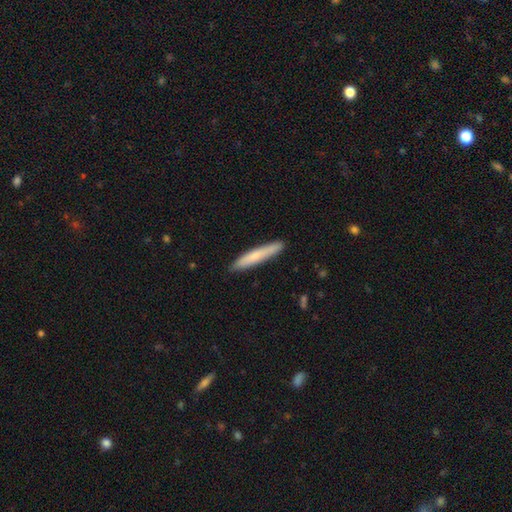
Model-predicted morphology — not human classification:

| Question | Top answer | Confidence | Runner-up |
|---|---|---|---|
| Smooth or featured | smooth | 73% | featured or disk (21%) |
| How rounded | cigar-shaped | 94% | in between (5%) |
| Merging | none | 89% | minor disturbance (8%) |